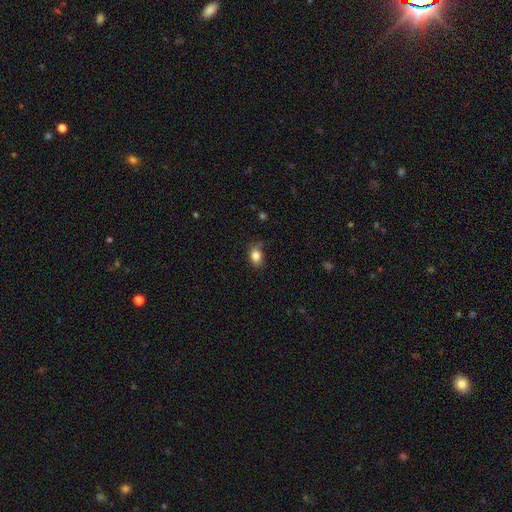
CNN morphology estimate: Q: Smooth or featured?
A: smooth (85%); runner-up: star or artifact (10%)
Q: How rounded?
A: in between (72%); runner-up: round (27%)
Q: Merging?
A: none (75%); runner-up: minor disturbance (18%)